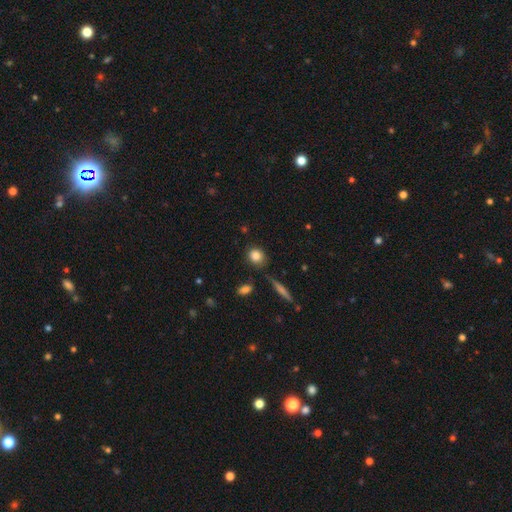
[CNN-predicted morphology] A smooth galaxy with no disk features (85%) that is round (74%). Merging: none (79%).